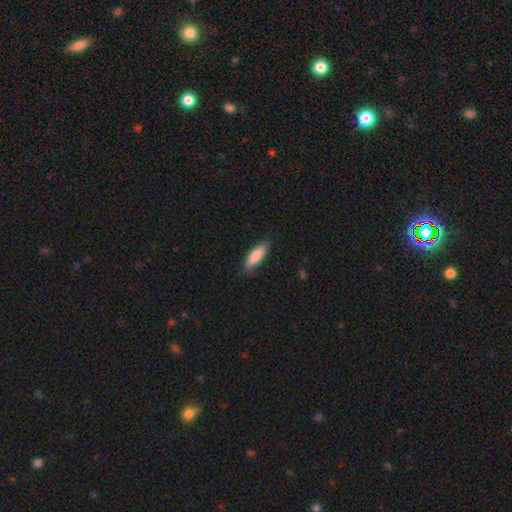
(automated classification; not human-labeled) The model was most divided on "how rounded": in between: 51%, cigar-shaped: 48%, round: 2%. More confident: smooth or featured — smooth (85%); merging — none (82%).